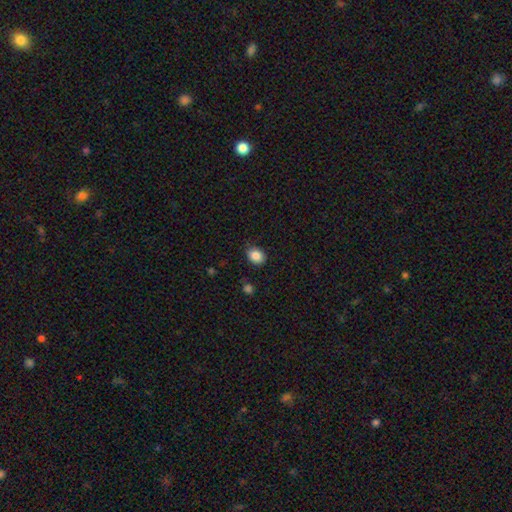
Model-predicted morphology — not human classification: type=smooth (86%); roundness=in between (55%); merging=none (84%).